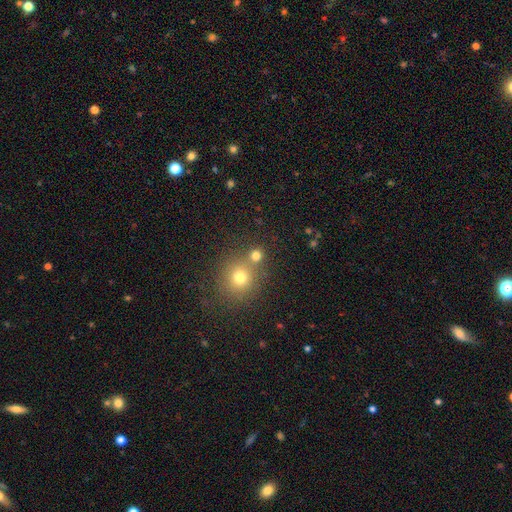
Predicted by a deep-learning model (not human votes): A smooth galaxy with no disk features (74%) that is round (89%).

Vote fractions:
- Smooth or featured? smooth: 74% / star or artifact: 18% / featured or disk: 8%
- How rounded? round: 89% / in between: 10% / cigar-shaped: 1%
- Merging? none: 64% / merger: 27% / minor disturbance: 7% / major disturbance: 3%